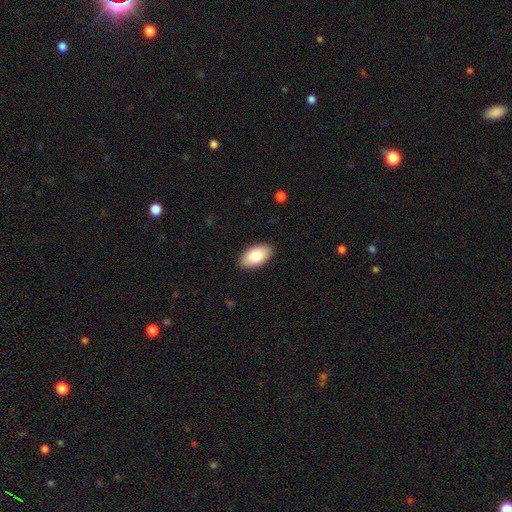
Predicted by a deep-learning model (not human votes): Smooth or featured: smooth — 83% (featured or disk — 11%)
How rounded: in between — 96% (round — 3%)
Merging: none — 89% (minor disturbance — 8%)